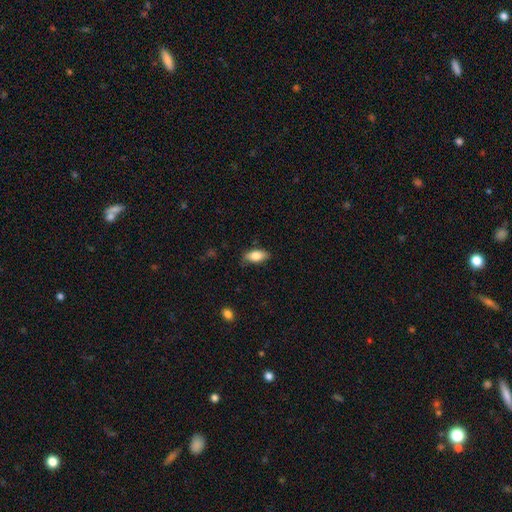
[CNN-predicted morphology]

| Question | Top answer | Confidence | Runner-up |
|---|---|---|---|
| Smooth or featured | smooth | 81% | featured or disk (12%) |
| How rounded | in between | 87% | cigar-shaped (10%) |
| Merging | none | 76% | minor disturbance (19%) |